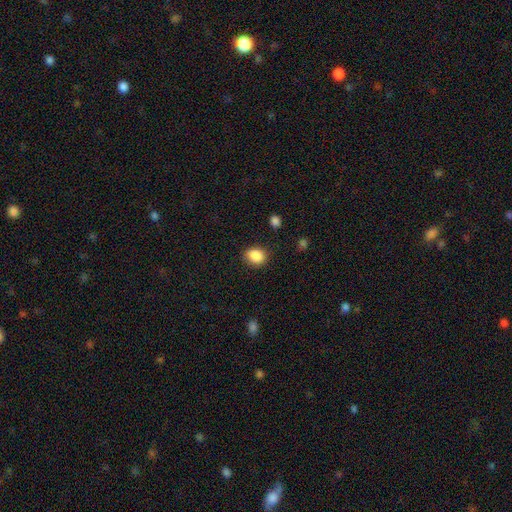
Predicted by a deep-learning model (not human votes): Q: Smooth or featured?
A: smooth (88%); runner-up: star or artifact (9%)
Q: How rounded?
A: round (52%); runner-up: in between (47%)
Q: Merging?
A: none (82%); runner-up: minor disturbance (13%)